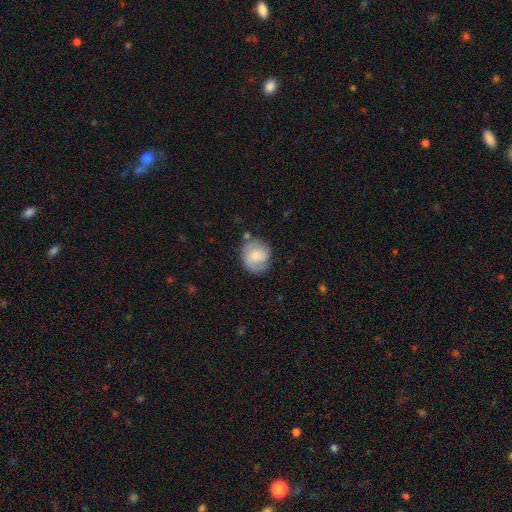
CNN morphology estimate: smooth-or-featured: smooth: 55% | featured or disk: 37% | star or artifact: 7%
  how-rounded: round: 78% | in between: 21% | cigar-shaped: 1%
  merging: none: 69% | minor disturbance: 21% | major disturbance: 7% | merger: 4%